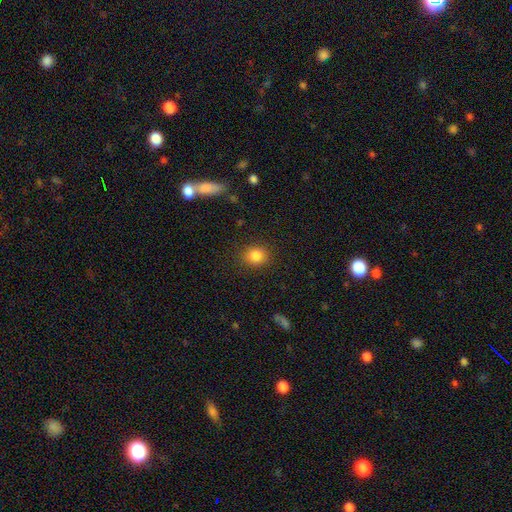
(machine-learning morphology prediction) Smooth or featured: smooth — 84% (star or artifact — 11%)
How rounded: round — 78% (in between — 21%)
Merging: none — 88% (minor disturbance — 8%)